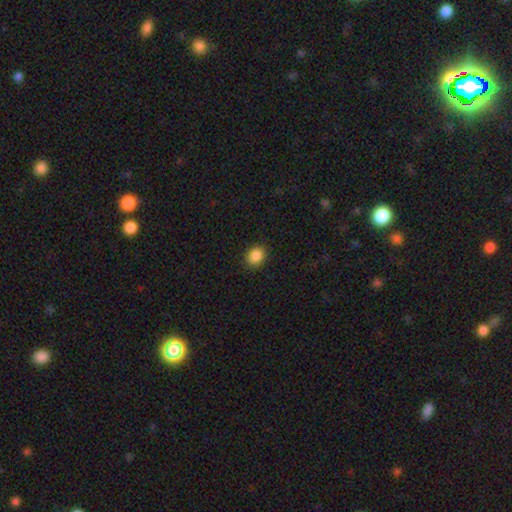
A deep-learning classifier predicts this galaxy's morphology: type=smooth (87%); roundness=round (57%); merging=none (90%).